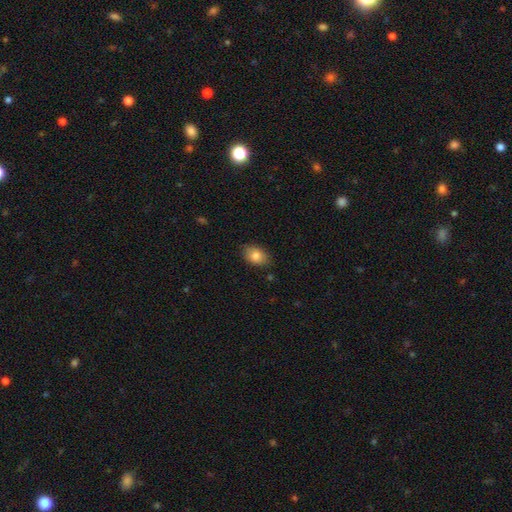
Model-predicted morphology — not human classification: Q: Smooth or featured?
A: smooth (84%); runner-up: featured or disk (8%)
Q: How rounded?
A: in between (81%); runner-up: round (18%)
Q: Merging?
A: none (83%); runner-up: minor disturbance (14%)